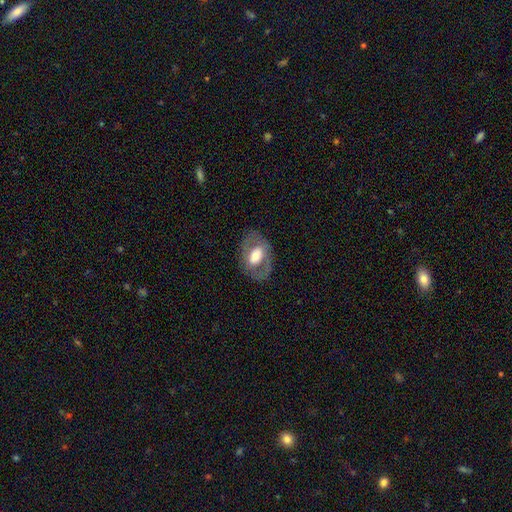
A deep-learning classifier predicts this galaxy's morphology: Overall: featured or disk (52%; smooth 42%). Edge-on disk: no (92%). Merging: none (74%).